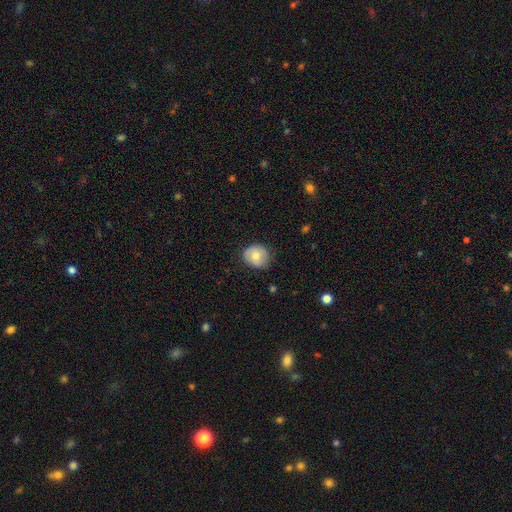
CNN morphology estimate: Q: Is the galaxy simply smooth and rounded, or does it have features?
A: smooth — 70%.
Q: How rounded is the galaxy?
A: round — 72%.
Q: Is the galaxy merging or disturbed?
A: none — 75%.